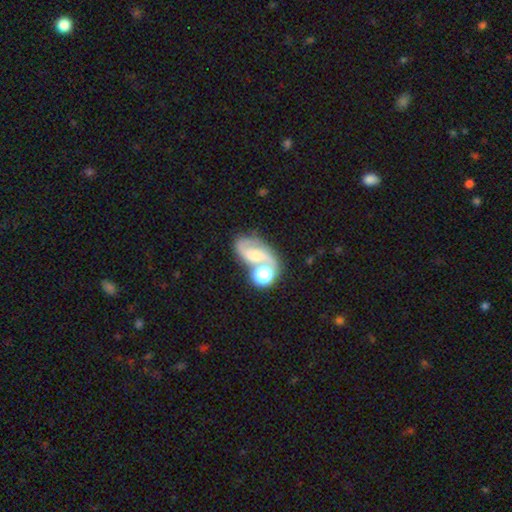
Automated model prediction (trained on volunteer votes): The model was most divided on "bar": no: 42%, weak: 38%, strong: 20%. Remaining: edge-on disk — no (97%); spiral arms — yes (90%); spiral arm count — 2 (84%); smooth or featured — featured or disk (69%); spiral winding — medium (48%); merging — none (45%); bulge size — moderate (42%).